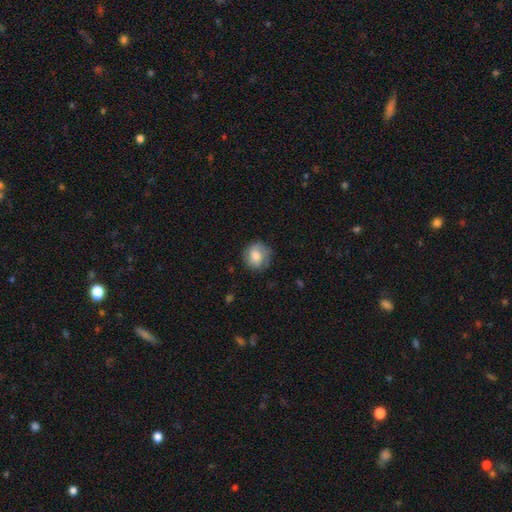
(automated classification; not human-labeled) Smooth or featured? Predicted: smooth (p=0.68). How rounded? Predicted: round (p=0.81). Merging? Predicted: none (p=0.67).